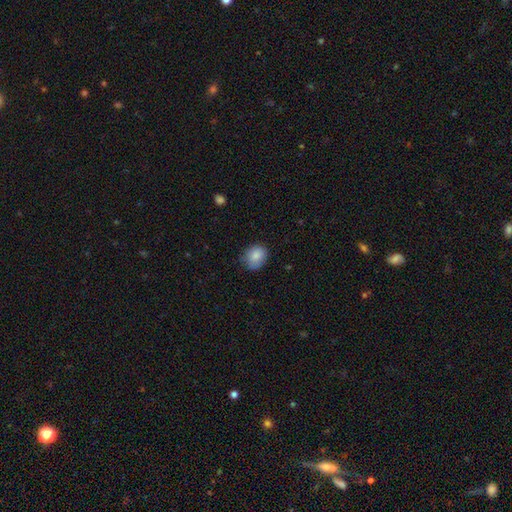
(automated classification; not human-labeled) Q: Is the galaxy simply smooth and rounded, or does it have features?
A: smooth — 85%.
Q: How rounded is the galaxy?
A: round — 58%.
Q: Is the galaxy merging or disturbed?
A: none — 75%.